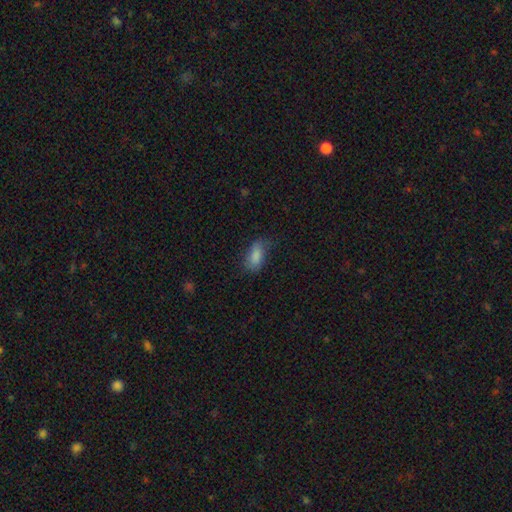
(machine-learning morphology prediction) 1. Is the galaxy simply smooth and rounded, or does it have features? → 83% smooth, 9% featured or disk, 9% star or artifact.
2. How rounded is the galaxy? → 89% in between, 7% cigar-shaped, 4% round.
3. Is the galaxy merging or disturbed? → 57% none, 29% minor disturbance, 12% major disturbance, 2% merger.